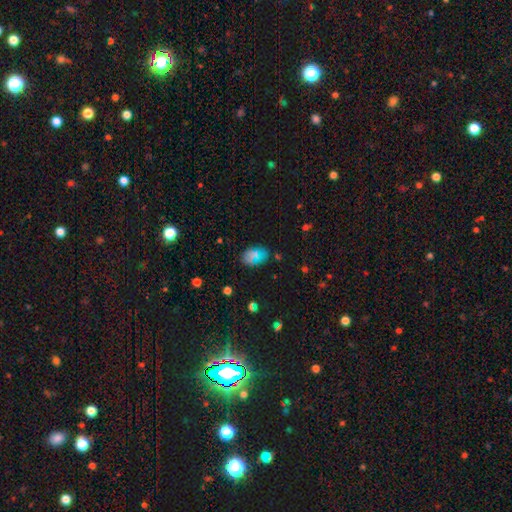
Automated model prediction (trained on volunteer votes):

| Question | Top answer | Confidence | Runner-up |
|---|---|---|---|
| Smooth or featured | smooth | 65% | star or artifact (23%) |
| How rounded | in between | 85% | round (13%) |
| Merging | none | 81% | minor disturbance (12%) |